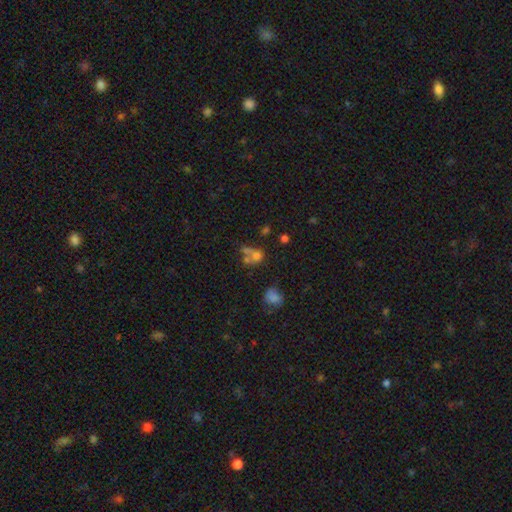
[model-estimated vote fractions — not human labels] This is possibly a smooth galaxy (57%). How rounded: possibly round (55%). Merging: possibly merger (47%).